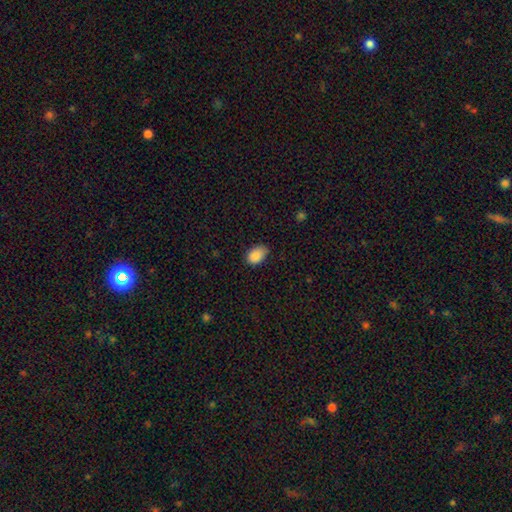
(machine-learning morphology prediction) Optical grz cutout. It shows a smooth galaxy with no disk features (87%) that is in between round and cigar-shaped (87%). Merging: none (73%).